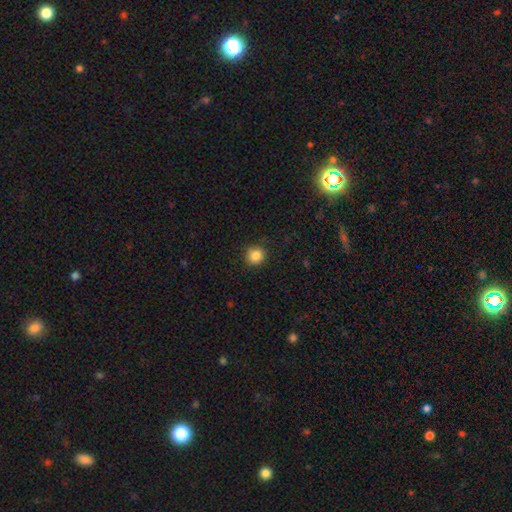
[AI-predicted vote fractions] The model was most divided on "smooth or featured": smooth: 85%, star or artifact: 11%, featured or disk: 4%. More confident: how rounded — round (93%); merging — none (90%).